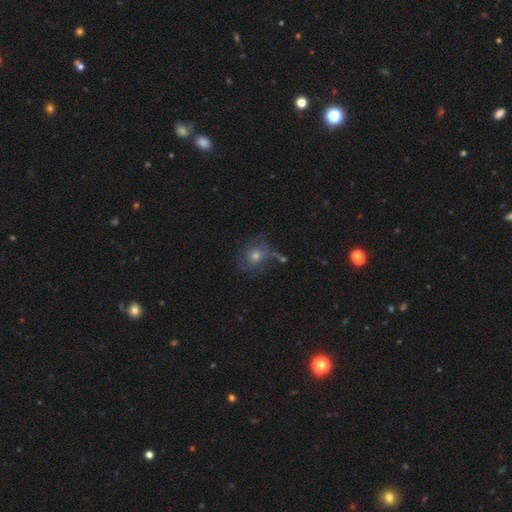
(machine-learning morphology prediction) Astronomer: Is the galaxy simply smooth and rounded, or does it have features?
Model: featured or disk — 50% (runner-up: smooth, 31%).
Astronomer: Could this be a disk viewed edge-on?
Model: no — 95%.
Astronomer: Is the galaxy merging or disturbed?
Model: none — 61%.